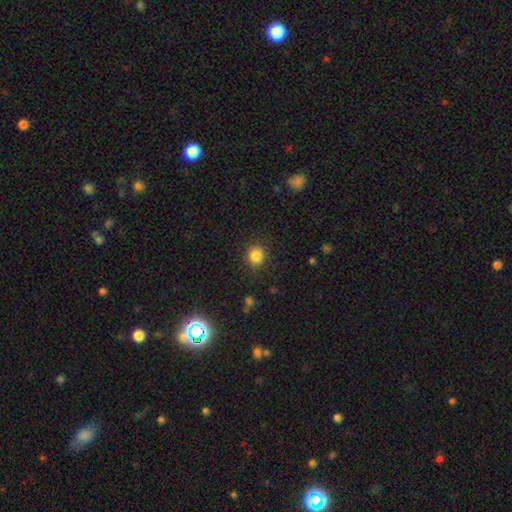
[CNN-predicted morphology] Smooth or featured: smooth — 84% (star or artifact — 12%)
How rounded: round — 85% (in between — 14%)
Merging: none — 87% (minor disturbance — 9%)